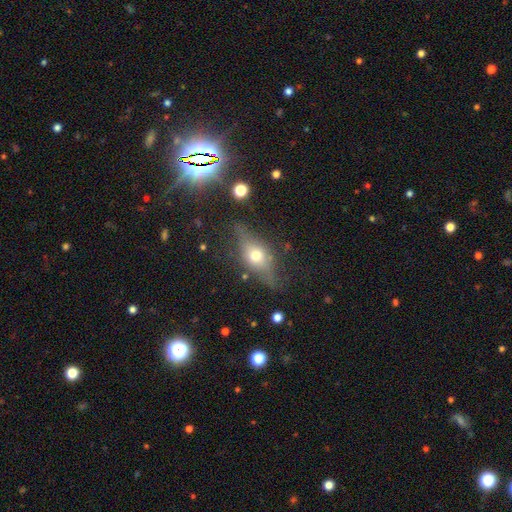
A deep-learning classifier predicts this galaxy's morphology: Overall: featured or disk (47%; smooth 42%). Merging: none (65%).